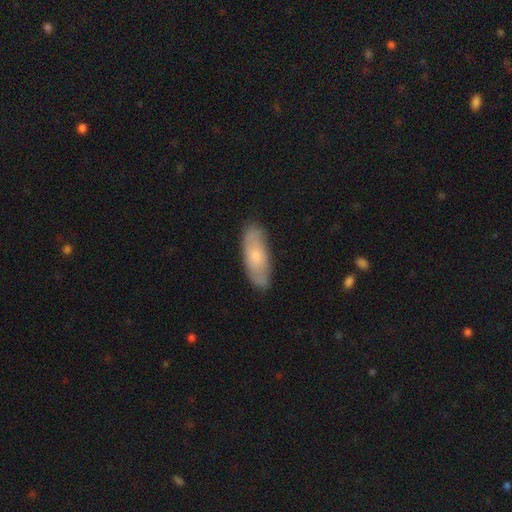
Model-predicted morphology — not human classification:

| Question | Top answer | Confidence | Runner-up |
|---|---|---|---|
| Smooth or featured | smooth | 64% | featured or disk (30%) |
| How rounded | in between | 69% | cigar-shaped (29%) |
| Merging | none | 80% | minor disturbance (16%) |